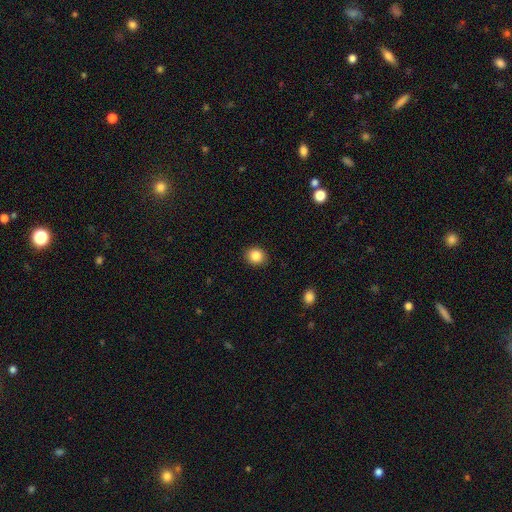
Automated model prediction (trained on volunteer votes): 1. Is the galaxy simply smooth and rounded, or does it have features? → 86% smooth, 10% star or artifact, 4% featured or disk.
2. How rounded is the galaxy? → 77% round, 22% in between, 1% cigar-shaped.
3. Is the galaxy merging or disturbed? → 90% none, 7% minor disturbance, 2% major disturbance, 1% merger.